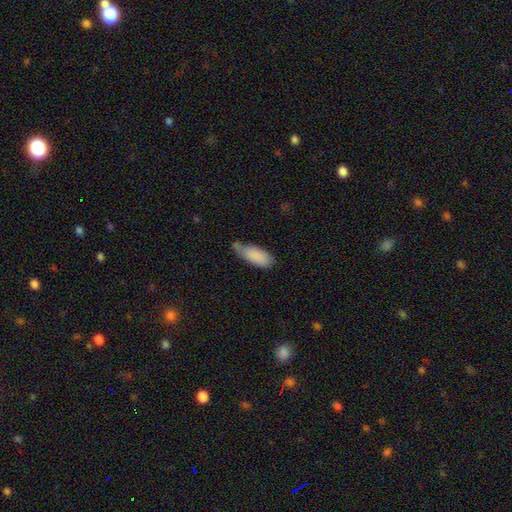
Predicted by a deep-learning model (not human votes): Morphology: type=smooth (86%); roundness=in between (81%); merging=none (43%).